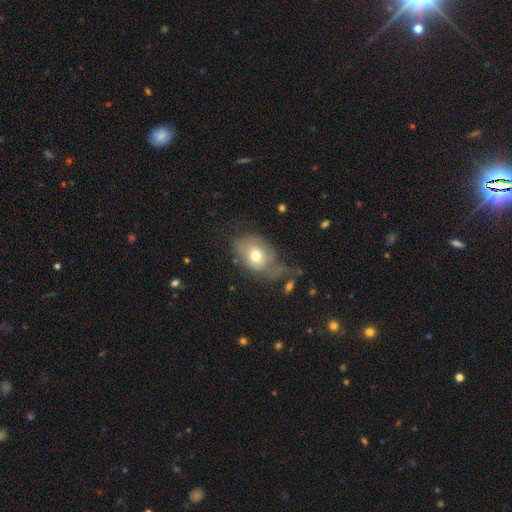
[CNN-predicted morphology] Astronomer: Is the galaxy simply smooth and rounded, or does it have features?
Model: smooth — 67%.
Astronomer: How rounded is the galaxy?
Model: in between — 70%.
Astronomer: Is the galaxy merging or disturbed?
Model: none — 39% (runner-up: minor disturbance, 29%).